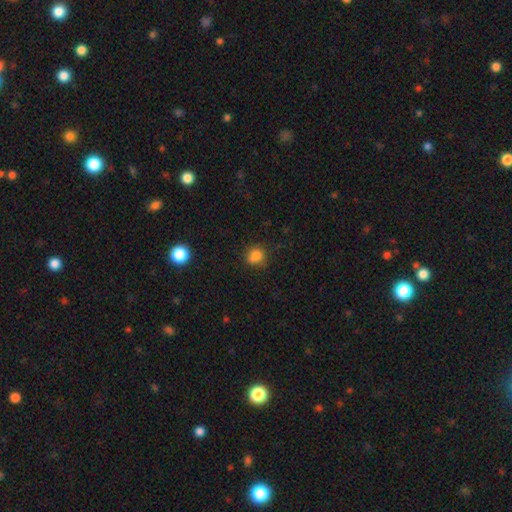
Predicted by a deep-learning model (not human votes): Smooth or featured? smooth (81%)
How rounded? round (78%)
Merging? none (73%)